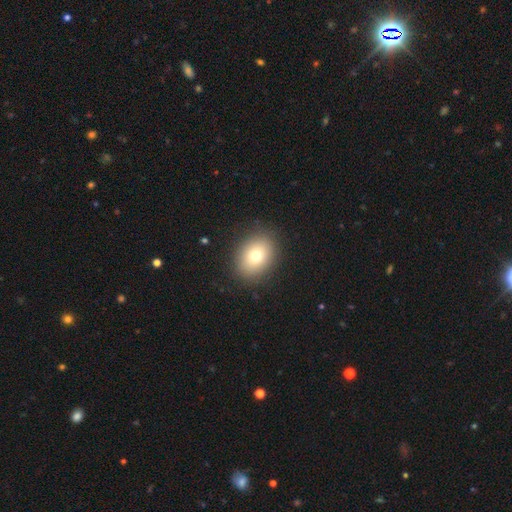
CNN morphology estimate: A smooth galaxy with no disk features (75%) that is in between round and cigar-shaped (54%).

Vote fractions:
- Smooth or featured? smooth: 75% / featured or disk: 13% / star or artifact: 12%
- How rounded? in between: 54% / round: 45% / cigar-shaped: 1%
- Merging? none: 88% / minor disturbance: 8% / major disturbance: 3% / merger: 1%